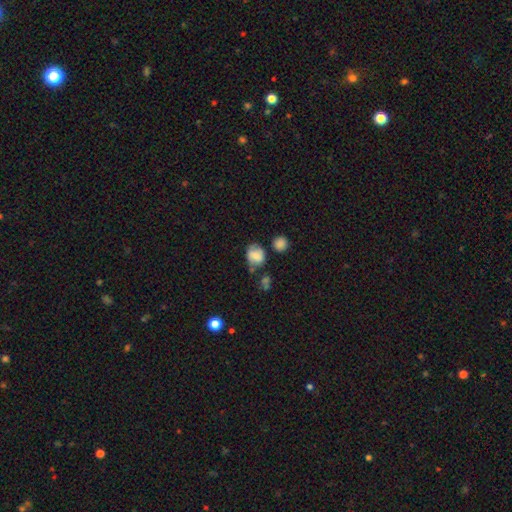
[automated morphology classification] A smooth galaxy with no disk features (70%) that is round (54%).

Vote fractions:
- Smooth or featured? smooth: 70% / featured or disk: 20% / star or artifact: 10%
- How rounded? round: 54% / in between: 45% / cigar-shaped: 1%
- Merging? none: 48% / minor disturbance: 27% / merger: 13% / major disturbance: 12%